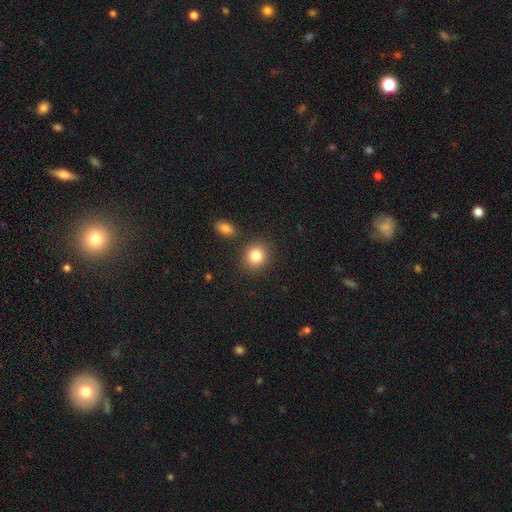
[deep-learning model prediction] Morphology: type=smooth (84%); roundness=round (77%); merging=none (84%).